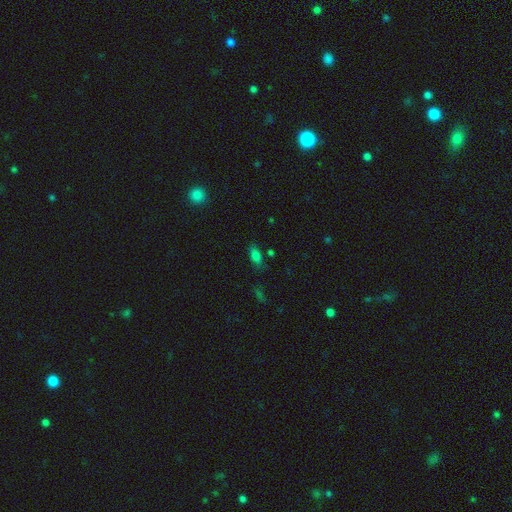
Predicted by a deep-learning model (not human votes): smooth-or-featured: smooth: 74% | star or artifact: 16% | featured or disk: 10%
  how-rounded: in between: 83% | cigar-shaped: 12% | round: 5%
  merging: none: 76% | minor disturbance: 15% | major disturbance: 4% | merger: 4%